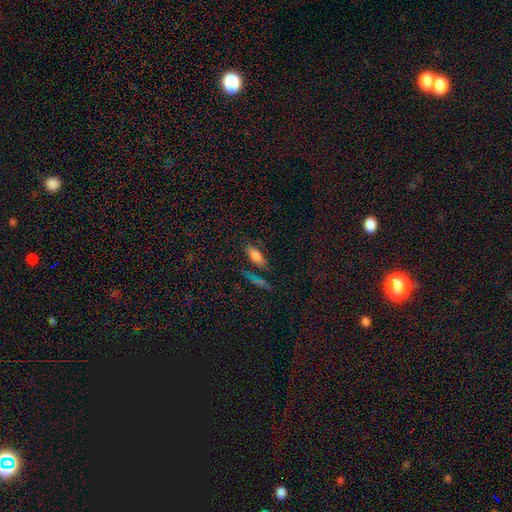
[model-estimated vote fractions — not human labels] smooth 75%, star or artifact 13%, featured or disk 12%. Down the decision tree: how rounded — in between (72%); merging — none (69%).